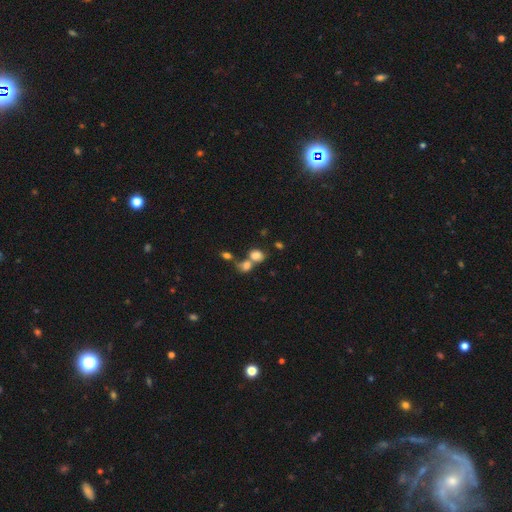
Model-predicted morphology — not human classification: Q: Smooth or featured?
A: smooth (78%); runner-up: star or artifact (12%)
Q: How rounded?
A: in between (57%); runner-up: round (41%)
Q: Merging?
A: merger (54%); runner-up: none (31%)